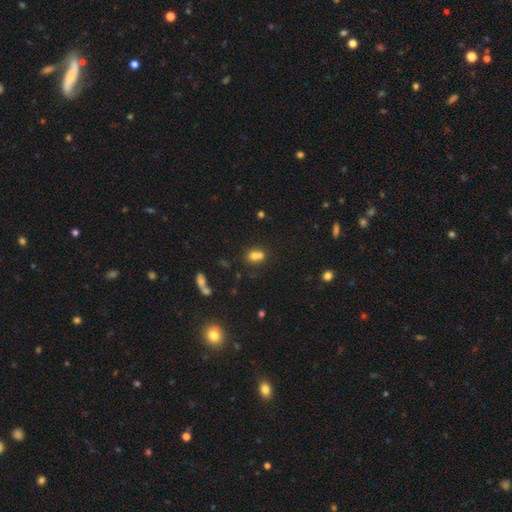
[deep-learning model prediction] smooth_or_featured: smooth (p=0.68) [alt: featured or disk p=0.16]
how_rounded: round (p=0.63) [alt: in between p=0.36]
merging: merger (p=0.57) [alt: none p=0.31]